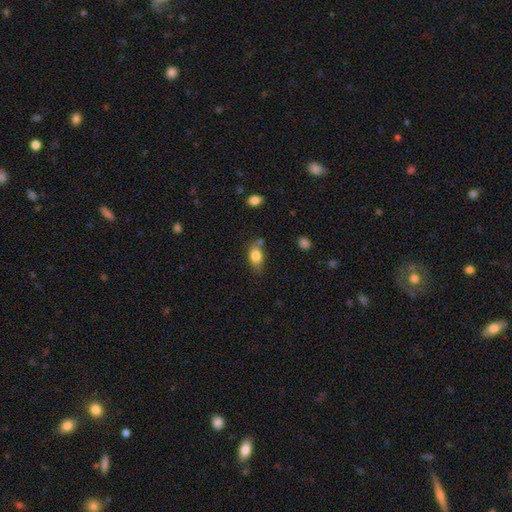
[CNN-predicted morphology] Smooth or featured? smooth (81%)
How rounded? in between (84%)
Merging? none (65%)